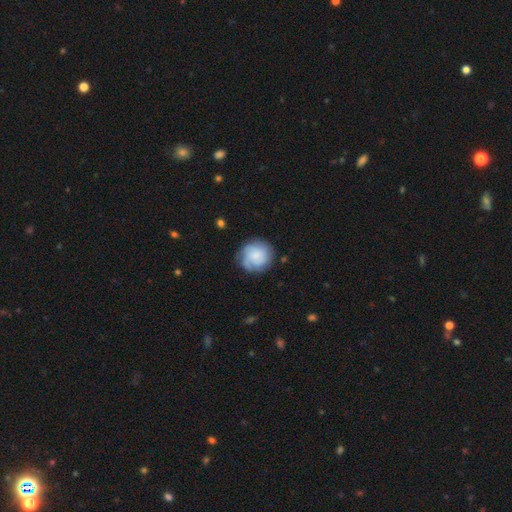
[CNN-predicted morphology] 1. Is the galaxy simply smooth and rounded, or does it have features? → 47% smooth, 45% featured or disk, 8% star or artifact.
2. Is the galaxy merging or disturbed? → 75% none, 17% minor disturbance, 6% major disturbance, 2% merger.